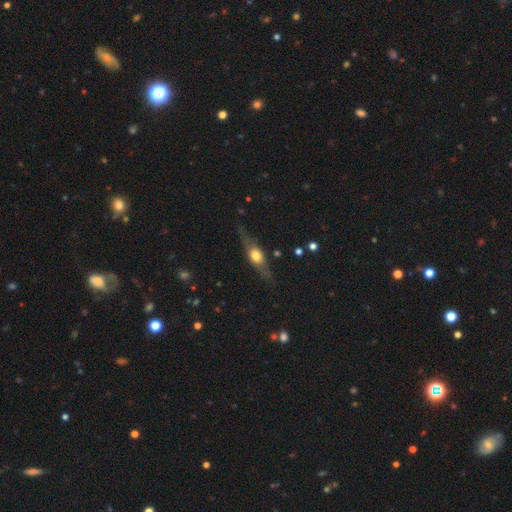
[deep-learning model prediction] Smooth or featured: featured or disk — 58% (smooth — 36%)
Edge-on disk: yes — 86% (no — 14%)
Merging: none — 77% (minor disturbance — 16%)